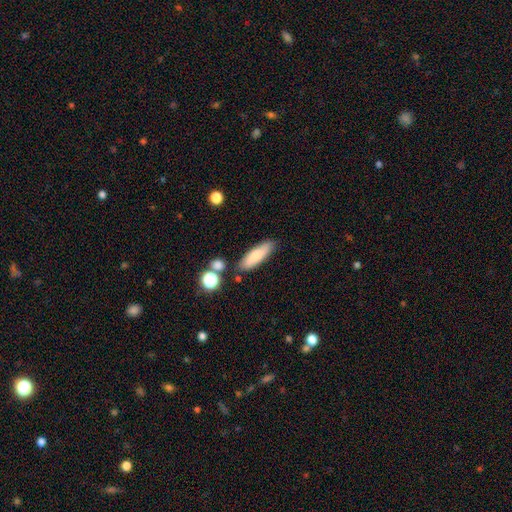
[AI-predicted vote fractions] This appears to be a smooth galaxy with no disk features (77%) that is cigar-shaped (50%). Merging: none (78%).